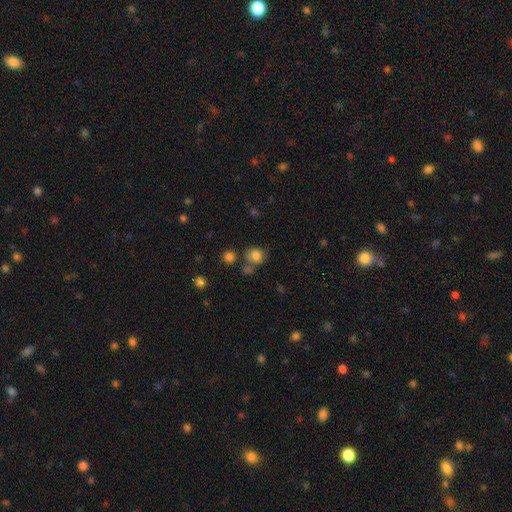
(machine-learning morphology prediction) smooth_or_featured: smooth (p=0.79) [alt: star or artifact p=0.12]
how_rounded: round (p=0.74) [alt: in between p=0.25]
merging: none (p=0.61) [alt: merger p=0.17]